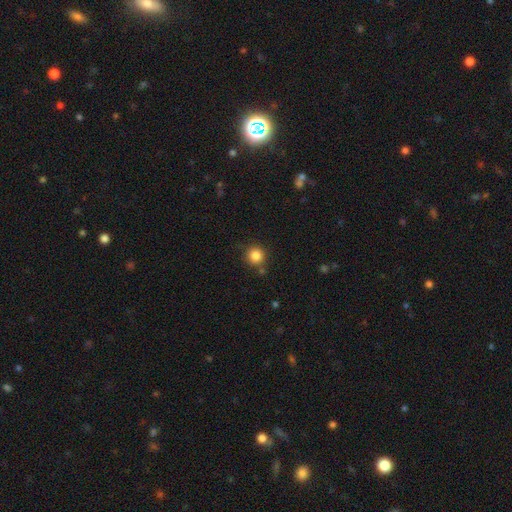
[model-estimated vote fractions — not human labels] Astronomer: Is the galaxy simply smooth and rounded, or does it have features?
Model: smooth — 84%.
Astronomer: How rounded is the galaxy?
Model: round — 94%.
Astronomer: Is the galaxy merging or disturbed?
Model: none — 82%.